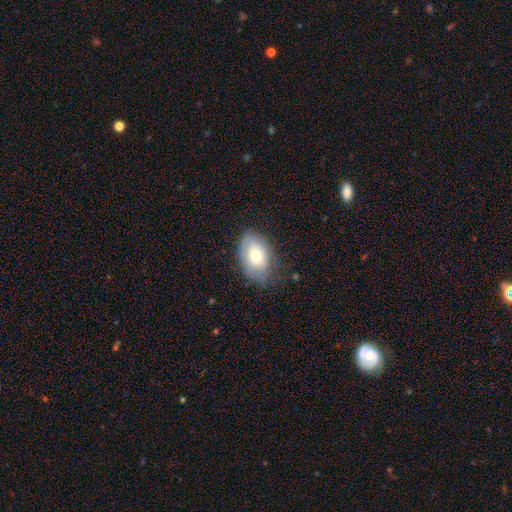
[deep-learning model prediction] Overall: smooth (66%; featured or disk 27%). How rounded: in between (89%). Merging: none (69%).